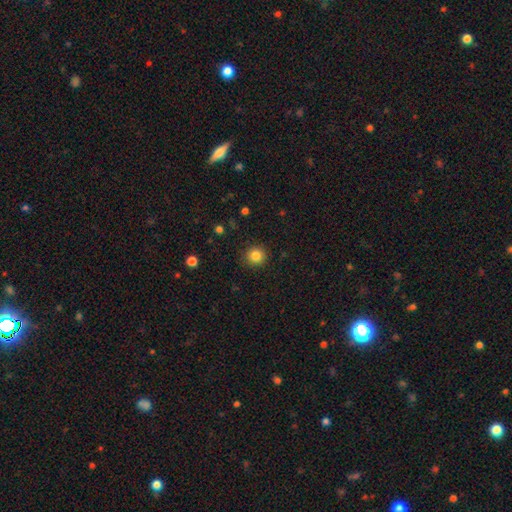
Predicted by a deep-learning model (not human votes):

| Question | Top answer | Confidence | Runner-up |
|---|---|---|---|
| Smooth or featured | smooth | 84% | star or artifact (11%) |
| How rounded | round | 93% | in between (6%) |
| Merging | none | 91% | minor disturbance (6%) |